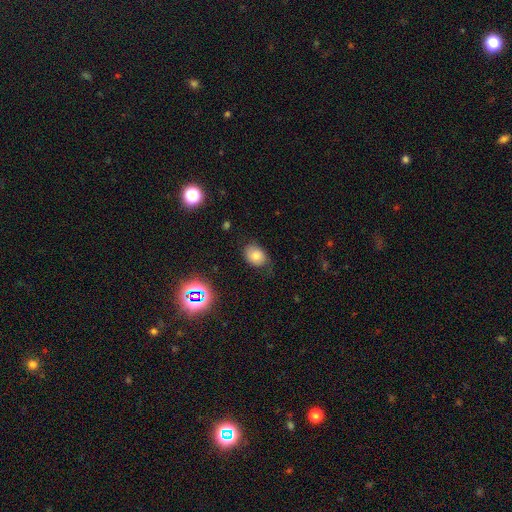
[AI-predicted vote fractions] Smooth or featured?
  - smooth: 74% *
  - star or artifact: 15%
  - featured or disk: 11%
How rounded?
  - in between: 66% *
  - round: 33%
  - cigar-shaped: 1%
Merging?
  - none: 67% *
  - minor disturbance: 24%
  - major disturbance: 7%
  - merger: 1%